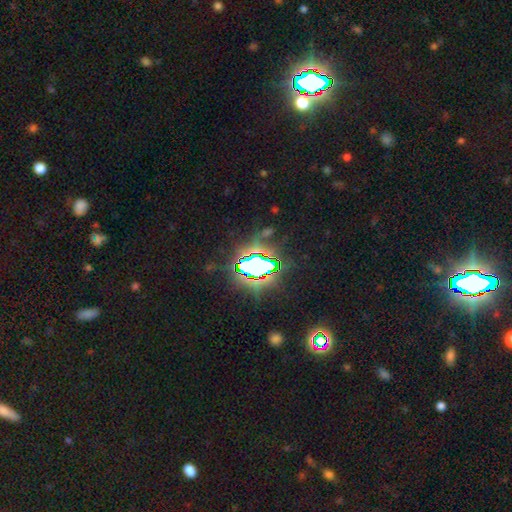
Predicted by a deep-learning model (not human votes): This is clearly a star or artifact rather than a galaxy (83%).